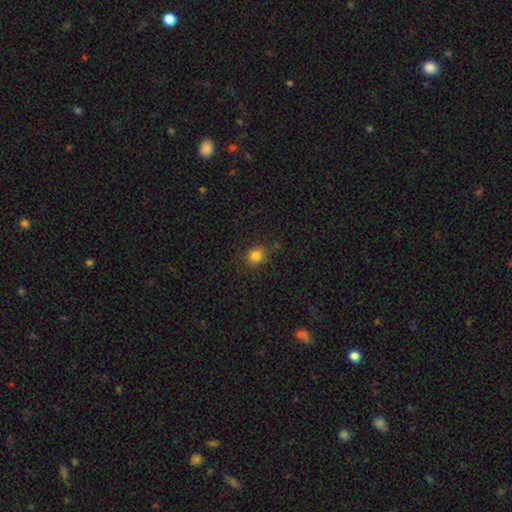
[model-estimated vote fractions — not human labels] smooth_or_featured: smooth (p=0.82) [alt: star or artifact p=0.13]
how_rounded: round (p=0.66) [alt: in between p=0.33]
merging: none (p=0.82) [alt: minor disturbance p=0.12]